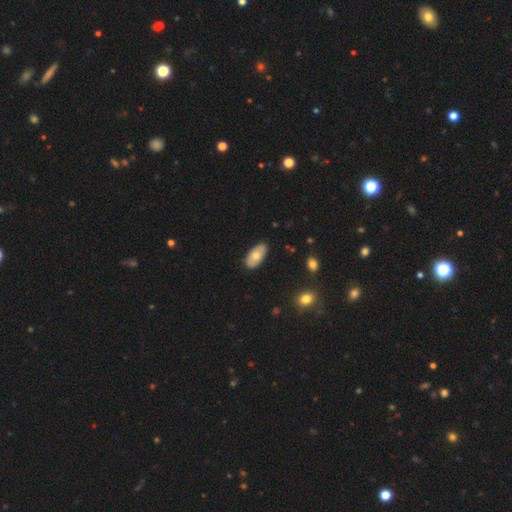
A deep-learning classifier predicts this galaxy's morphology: Overall: smooth (67%; featured or disk 27%). How rounded: in between (94%). Merging: none (84%).